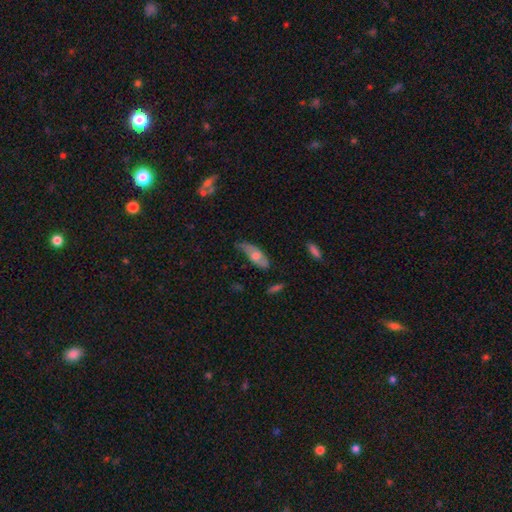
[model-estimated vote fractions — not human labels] Smooth or featured? smooth (60%)
How rounded? in between (72%)
Merging? none (45%)